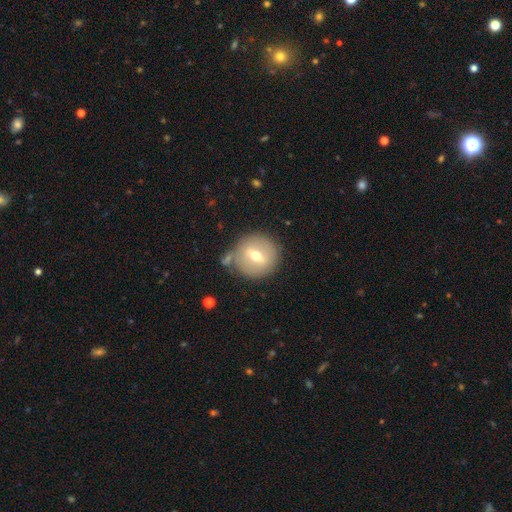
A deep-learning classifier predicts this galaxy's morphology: Overall: smooth (49%; featured or disk 42%). Merging: none (73%).